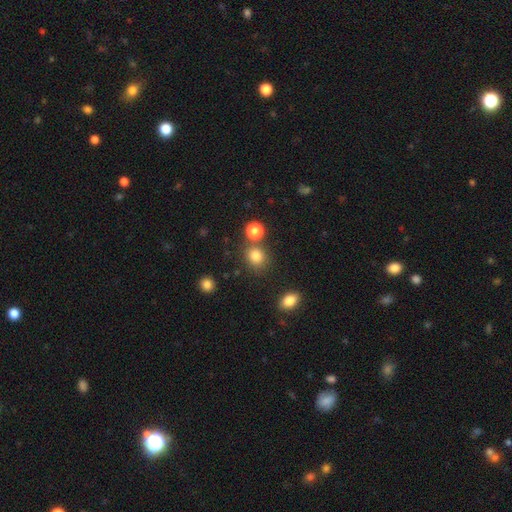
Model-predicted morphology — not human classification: Q: Smooth or featured?
A: smooth (82%); runner-up: star or artifact (13%)
Q: How rounded?
A: round (78%); runner-up: in between (21%)
Q: Merging?
A: none (74%); runner-up: merger (12%)